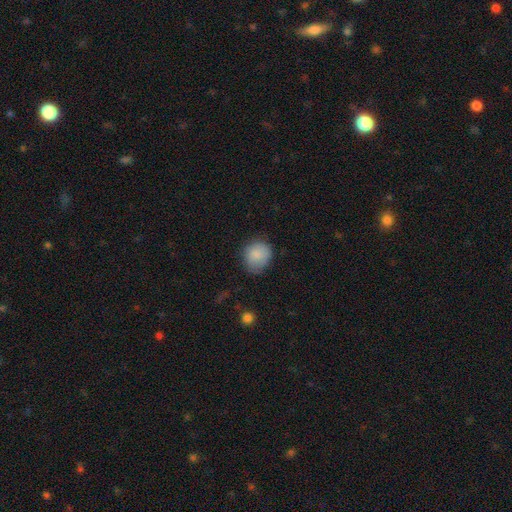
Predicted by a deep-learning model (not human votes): Q: Smooth or featured?
A: smooth (85%); runner-up: featured or disk (7%)
Q: How rounded?
A: round (80%); runner-up: in between (19%)
Q: Merging?
A: none (74%); runner-up: minor disturbance (20%)